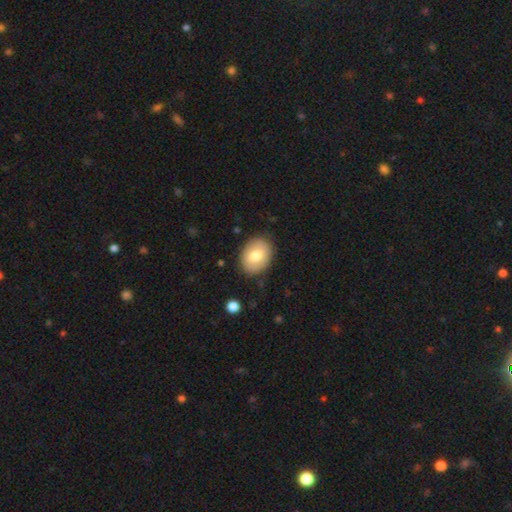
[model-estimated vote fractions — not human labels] smooth_or_featured: smooth (p=0.75) [alt: featured or disk p=0.18]
how_rounded: in between (p=0.67) [alt: round p=0.32]
merging: none (p=0.86) [alt: minor disturbance p=0.11]